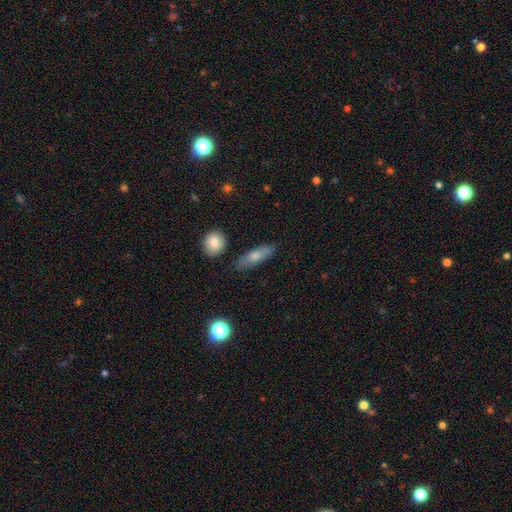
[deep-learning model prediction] Morphology: type=smooth (70%); roundness=in between (54%); merging=none (78%).